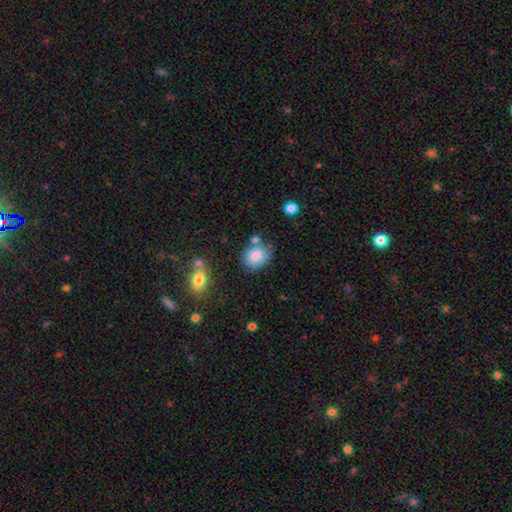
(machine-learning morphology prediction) Q: Smooth or featured?
A: smooth (79%); runner-up: featured or disk (12%)
Q: How rounded?
A: in between (51%); runner-up: round (48%)
Q: Merging?
A: none (59%); runner-up: minor disturbance (24%)